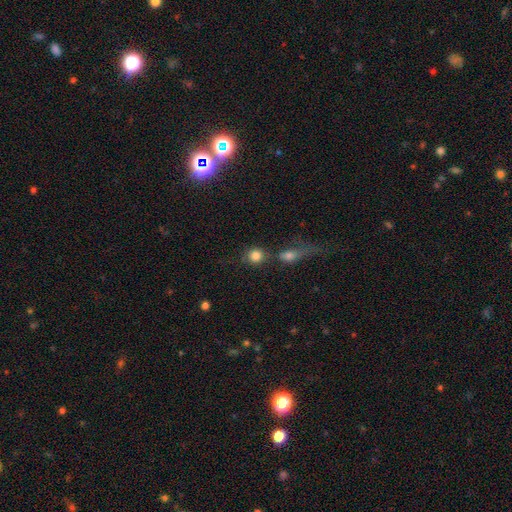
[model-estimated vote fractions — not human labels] smooth 82%, star or artifact 10%, featured or disk 8%. Down the decision tree: how rounded — round (86%); merging — none (56%).